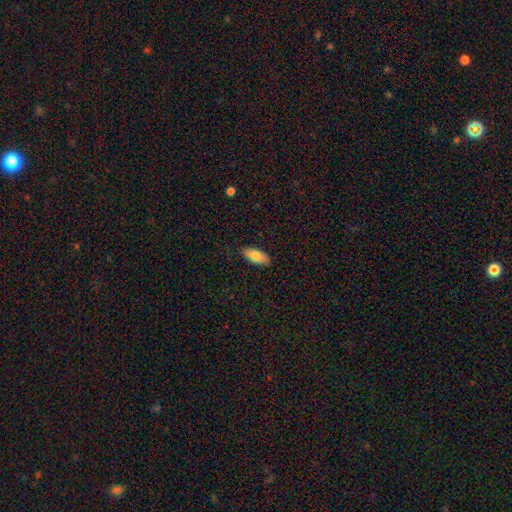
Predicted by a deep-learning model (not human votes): The model was most divided on "smooth or featured": smooth: 80%, featured or disk: 14%, star or artifact: 6%. More confident: merging — none (87%); how rounded — in between (84%).